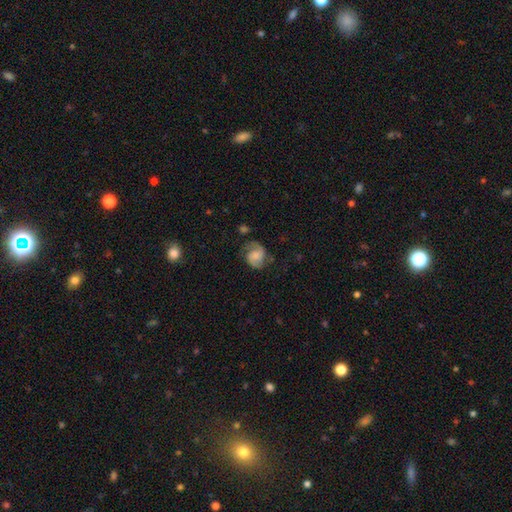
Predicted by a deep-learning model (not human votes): Smooth or featured? featured or disk (74%)
Edge-on disk? no (98%)
Bar? no (58%)
Spiral arms? yes (95%)
Spiral winding? medium (49%)
Spiral arm count? 2 (87%)
Bulge size? small (32%)
Merging? none (67%)